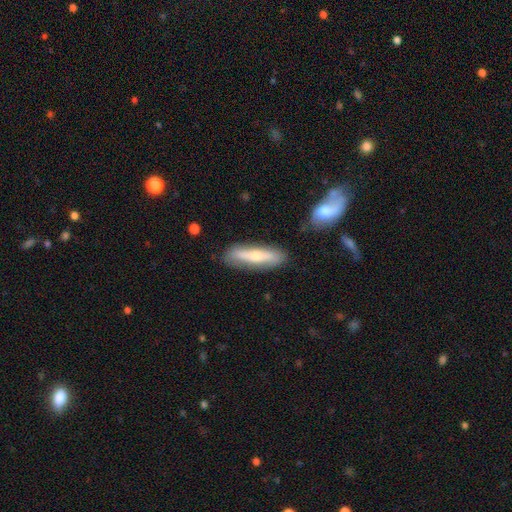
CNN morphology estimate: A smooth galaxy with no disk features (47%, tied with featured or disk).

Vote fractions:
- Smooth or featured? smooth: 47% (tied) / featured or disk: 47% (tied) / star or artifact: 6%
- Merging? none: 82% / minor disturbance: 12% / merger: 3% / major disturbance: 3%